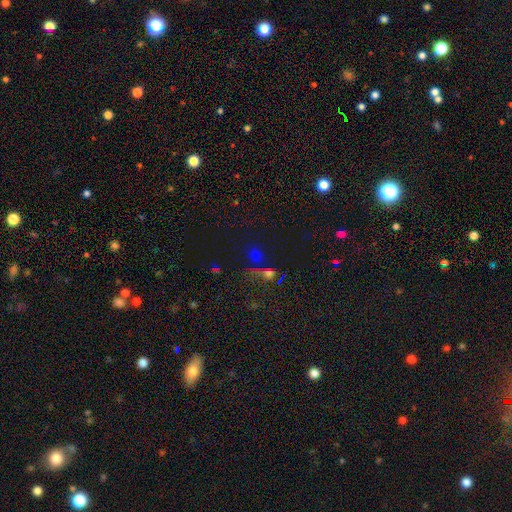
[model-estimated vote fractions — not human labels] Smooth or featured: star or artifact — 52% (smooth — 39%)